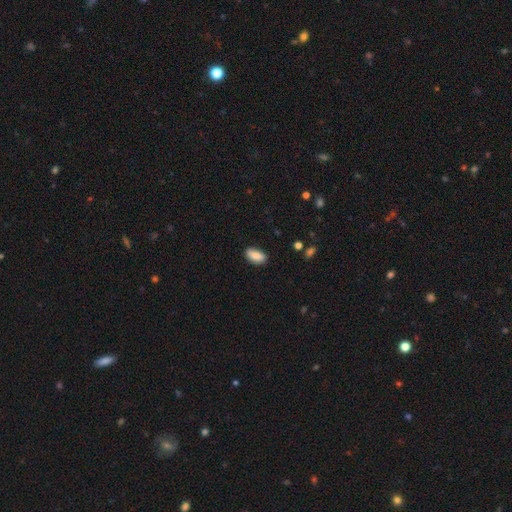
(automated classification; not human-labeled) This appears to be a smooth galaxy with no disk features (86%) that is in between round and cigar-shaped (92%). Merging: none (84%).